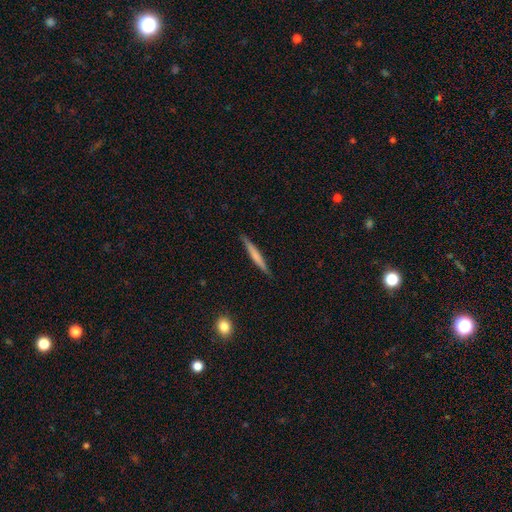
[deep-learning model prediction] smooth 57%, featured or disk 37%, star or artifact 6%. Down the decision tree: how rounded — cigar-shaped (95%); merging — none (89%).